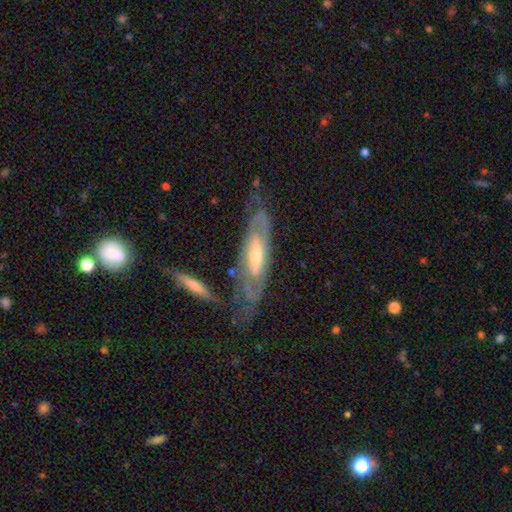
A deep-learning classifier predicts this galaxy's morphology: A featured or disk galaxy (76%) with no bar (48%), spiral arms (77%) and a moderate central bulge (49%). Merging: none (61%).